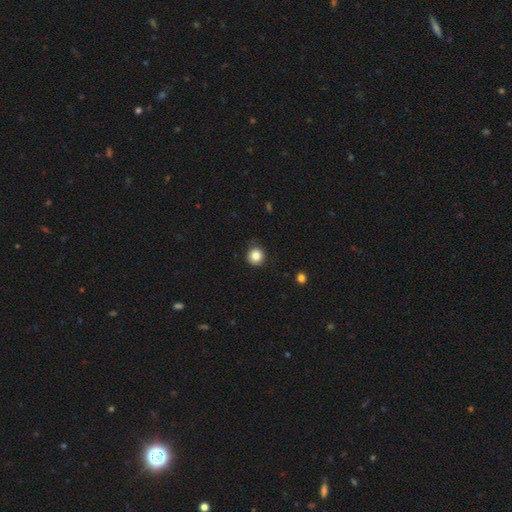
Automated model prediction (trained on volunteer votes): Smooth or featured: smooth — 85% (star or artifact — 10%)
How rounded: round — 92% (in between — 7%)
Merging: none — 84% (minor disturbance — 12%)